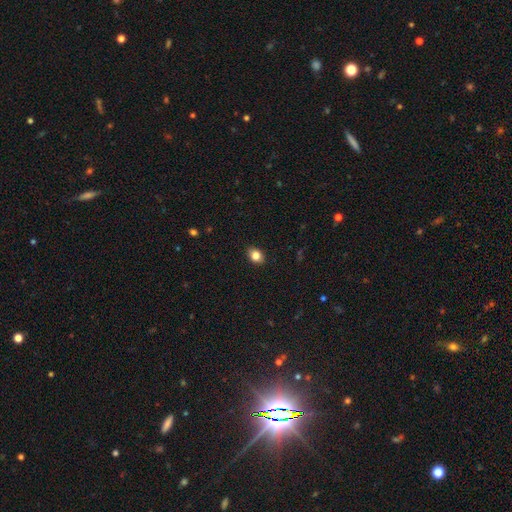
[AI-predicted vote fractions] This appears to be a smooth galaxy with no disk features (83%) that is in between round and cigar-shaped (65%). Merging: none (88%).